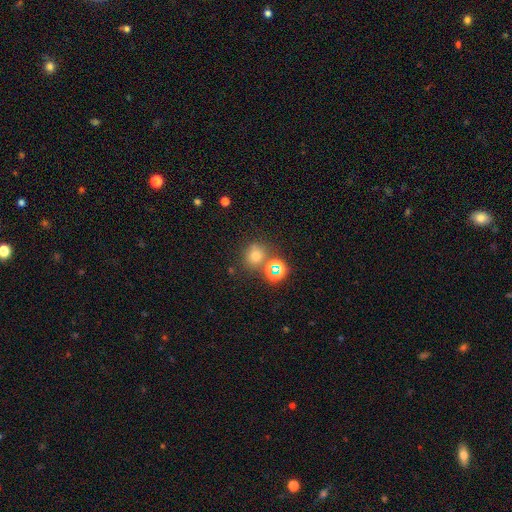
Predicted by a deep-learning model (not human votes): smooth-or-featured: smooth: 65% | star or artifact: 26% | featured or disk: 9%
  how-rounded: round: 82% | in between: 17% | cigar-shaped: 1%
  merging: none: 69% | merger: 17% | minor disturbance: 10% | major disturbance: 4%